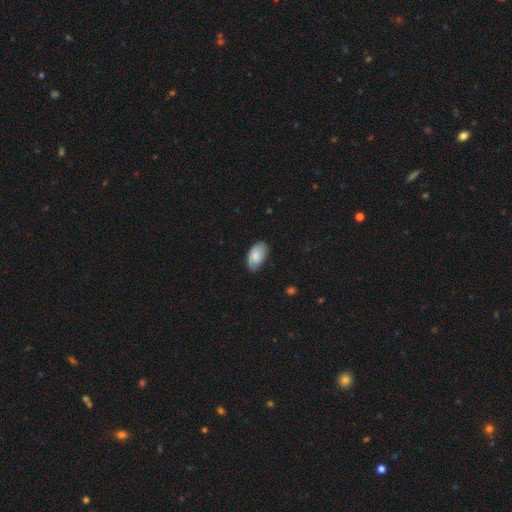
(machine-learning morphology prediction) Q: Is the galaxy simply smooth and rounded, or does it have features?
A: smooth — 72%.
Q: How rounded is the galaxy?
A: in between — 94%.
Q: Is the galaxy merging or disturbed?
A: none — 75%.